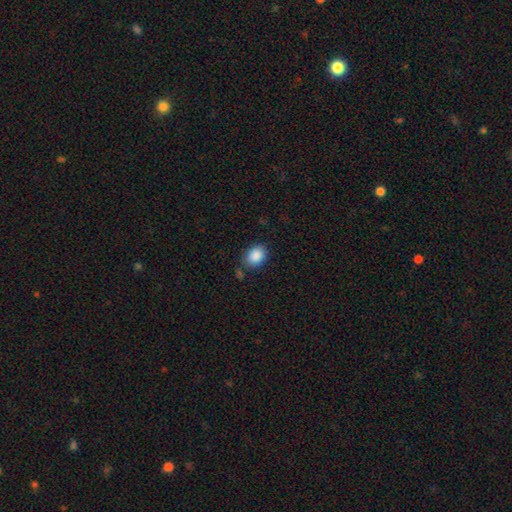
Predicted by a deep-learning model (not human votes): Smooth or featured: smooth — 88% (star or artifact — 8%)
How rounded: in between — 58% (round — 41%)
Merging: none — 77% (minor disturbance — 15%)